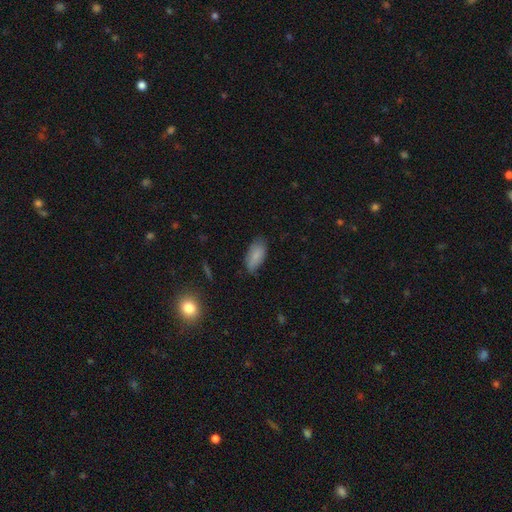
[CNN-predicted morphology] smooth-or-featured: smooth: 82% | featured or disk: 11% | star or artifact: 7%
  how-rounded: in between: 92% | cigar-shaped: 6% | round: 3%
  merging: none: 68% | minor disturbance: 26% | major disturbance: 4% | merger: 1%